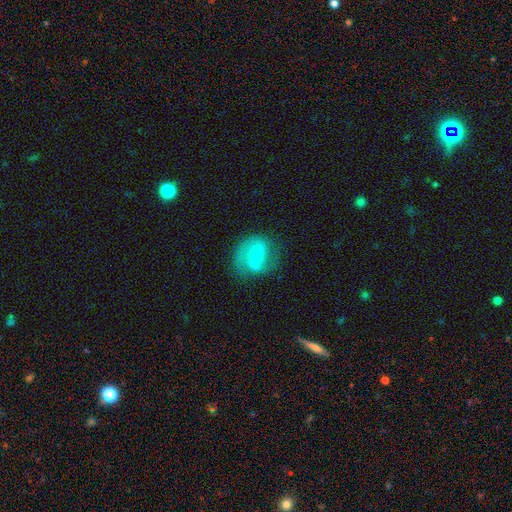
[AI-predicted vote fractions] Smooth or featured? featured or disk (63%)
Edge-on disk? no (97%)
Bar? no (52%)
Spiral arms? yes (85%)
Spiral winding? medium (47%)
Spiral arm count? 2 (74%)
Bulge size? moderate (57%)
Merging? none (65%)